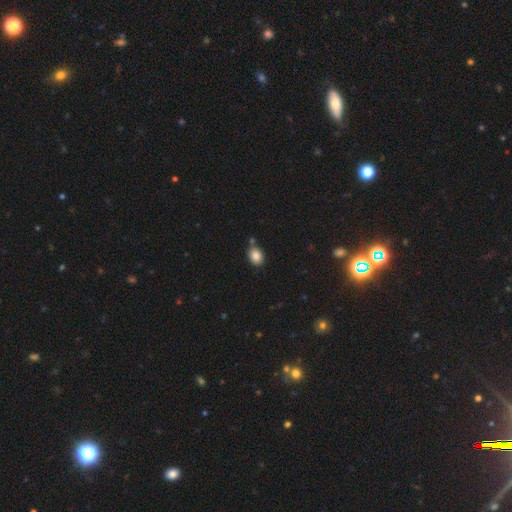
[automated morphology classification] type=smooth (86%); roundness=in between (66%); merging=none (75%).